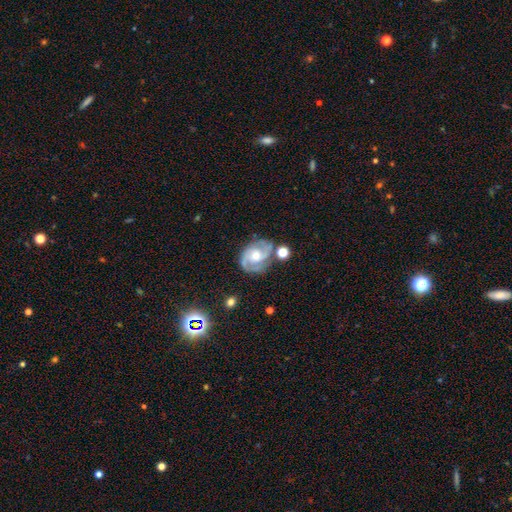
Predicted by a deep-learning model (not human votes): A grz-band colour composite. It shows a featured or disk galaxy (83%) with no bar (60%), 2 (69%) medium (45%) spiral arms (95%) and a moderate central bulge (62%). Merging: none (66%).